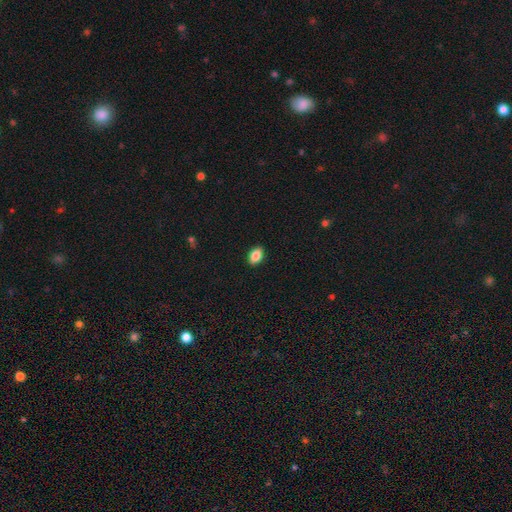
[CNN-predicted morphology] This appears to be a smooth galaxy with no disk features (87%) that is in between round and cigar-shaped (88%). Merging: none (90%).